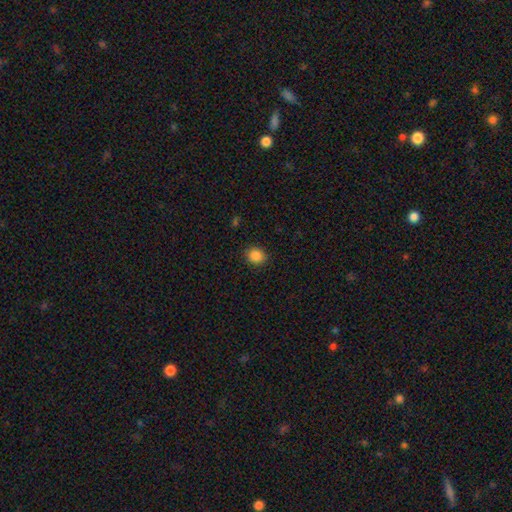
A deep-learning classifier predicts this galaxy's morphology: This is clearly a smooth galaxy (86%). How rounded: likely round (76%). Merging: clearly none (90%).